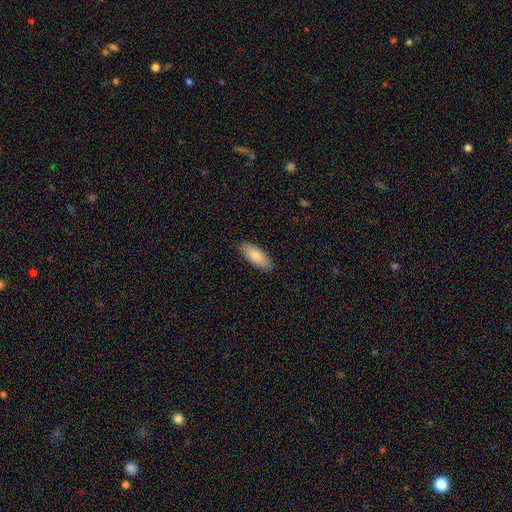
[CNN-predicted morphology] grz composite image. It shows a smooth galaxy with no disk features (84%) that is in between round and cigar-shaped (78%). Merging: none (87%).